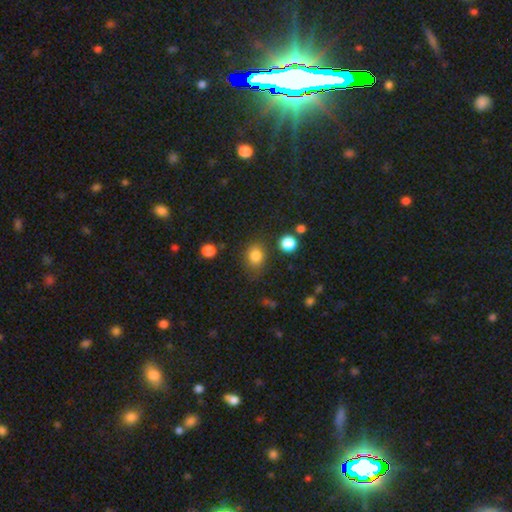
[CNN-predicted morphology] smooth 82%, star or artifact 12%, featured or disk 6%. Down the decision tree: how rounded — round (52%); merging — none (75%).